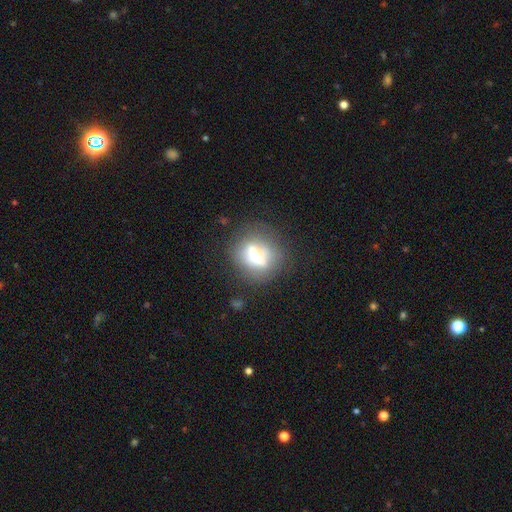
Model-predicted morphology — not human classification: Smooth or featured? Predicted: featured or disk (p=0.47). Merging? Predicted: none (p=0.65).